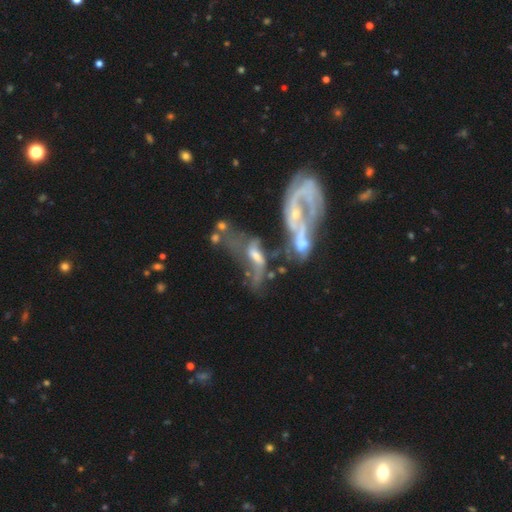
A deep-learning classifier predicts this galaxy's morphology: A featured or disk galaxy (70%) with no bar (57%), spiral arms (59%) and a moderate central bulge (38%).

Vote fractions:
- Smooth or featured? featured or disk: 70% / smooth: 18% / star or artifact: 11%
- Edge-on disk? no: 91% / yes: 9%
- Bar? no: 57% / weak: 31% / strong: 12%
- Spiral arms? yes: 59% / no: 41%
- Bulge size? moderate: 38% / small: 35% / none: 18% / large: 7% / dominant: 2%
- Merging? merger: 63% / major disturbance: 19% / none: 11% / minor disturbance: 7%